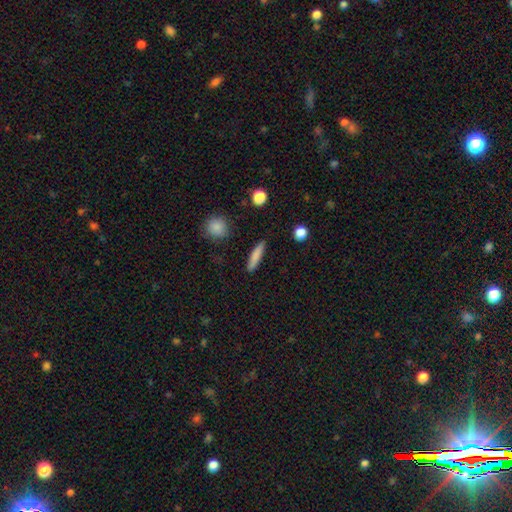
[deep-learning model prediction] Smooth or featured: smooth — 80% (featured or disk — 13%)
How rounded: cigar-shaped — 85% (in between — 12%)
Merging: none — 89% (minor disturbance — 8%)